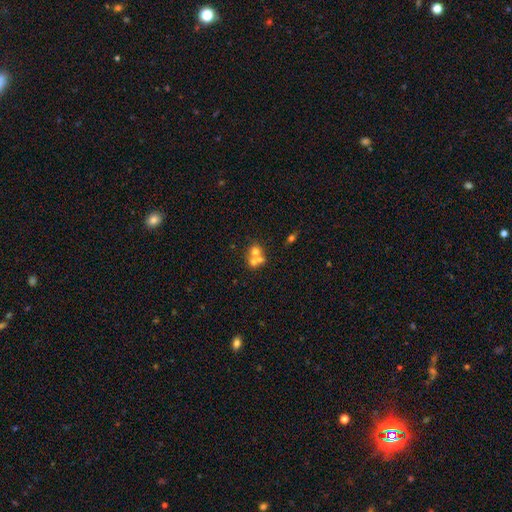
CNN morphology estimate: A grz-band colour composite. It shows a smooth galaxy with no disk features (58%) that is round (74%). Merging: merger (60%).